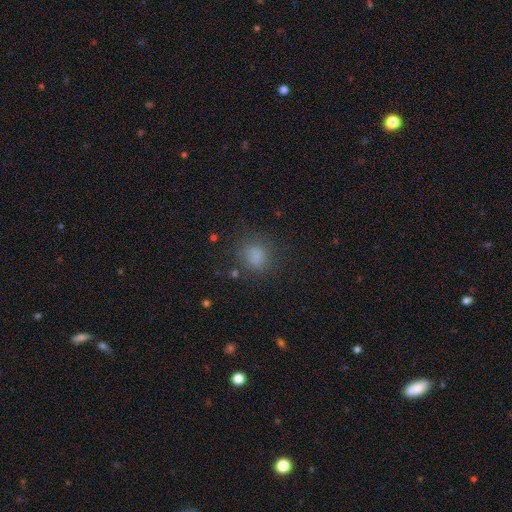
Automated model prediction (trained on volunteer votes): smooth-or-featured: smooth: 80% | star or artifact: 14% | featured or disk: 6%
  how-rounded: round: 75% | in between: 24% | cigar-shaped: 1%
  merging: none: 76% | minor disturbance: 14% | major disturbance: 7% | merger: 2%